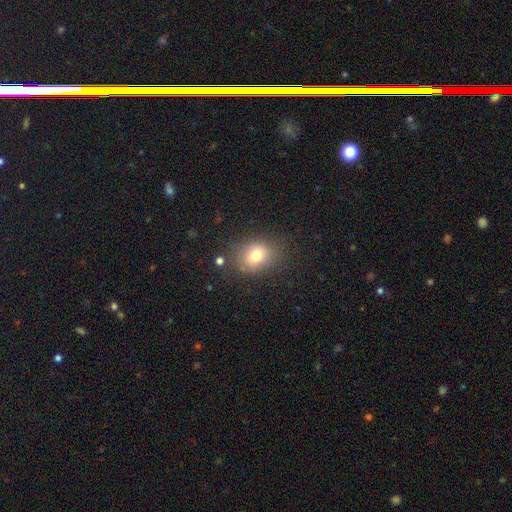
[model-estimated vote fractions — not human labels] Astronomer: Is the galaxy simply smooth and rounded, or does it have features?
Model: smooth — 75%.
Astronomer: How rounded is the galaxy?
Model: in between — 52% (runner-up: round, 47%).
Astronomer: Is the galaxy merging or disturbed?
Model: none — 76%.